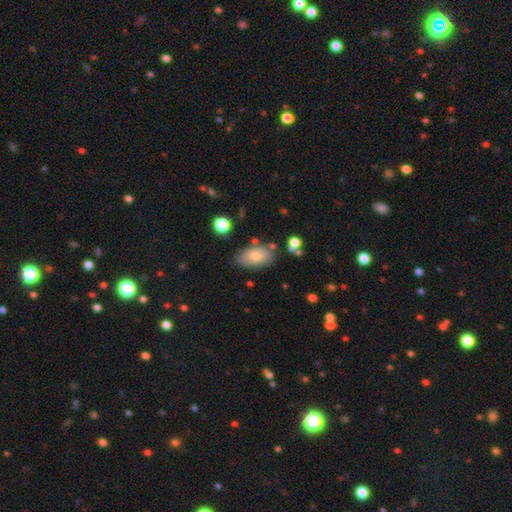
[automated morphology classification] Smooth or featured?
  - smooth: 76% *
  - featured or disk: 16%
  - star or artifact: 8%
How rounded?
  - in between: 92% *
  - round: 6%
  - cigar-shaped: 2%
Merging?
  - none: 72% *
  - minor disturbance: 18%
  - merger: 5%
  - major disturbance: 5%